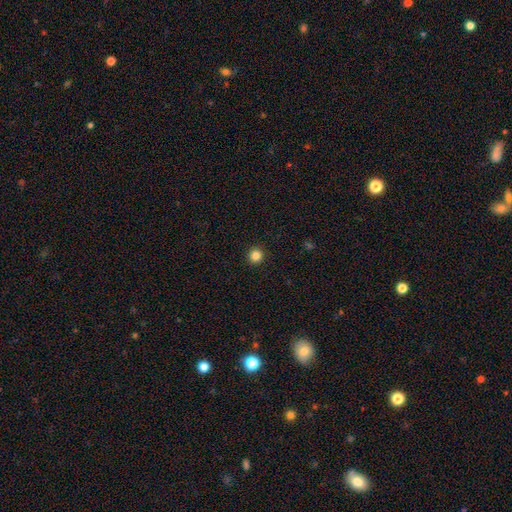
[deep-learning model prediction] Smooth or featured: smooth — 84% (star or artifact — 12%)
How rounded: round — 94% (in between — 5%)
Merging: none — 93% (minor disturbance — 4%)